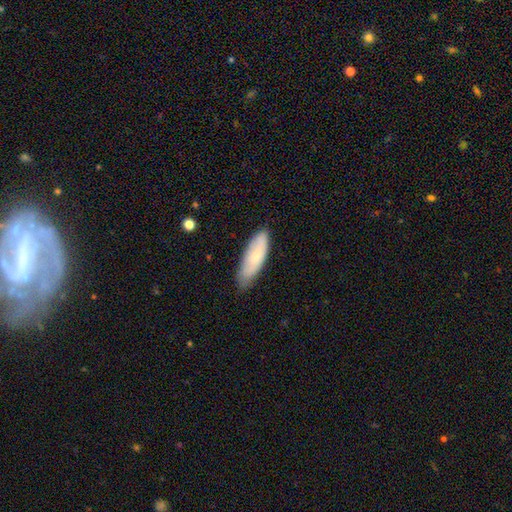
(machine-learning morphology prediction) type=smooth (68%); roundness=in between (62%); merging=none (74%).